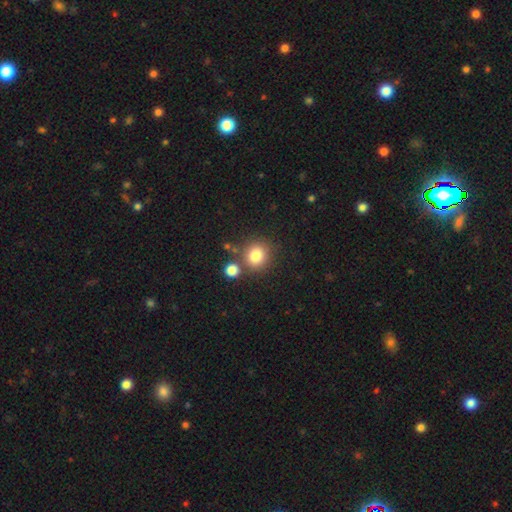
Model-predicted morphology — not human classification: type=smooth (81%); roundness=round (85%); merging=none (73%).